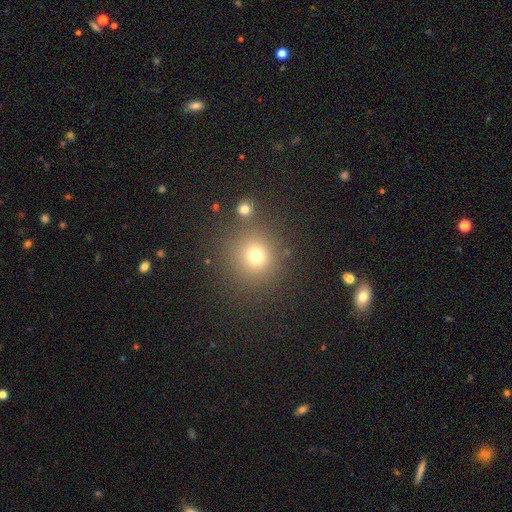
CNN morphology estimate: Smooth or featured: smooth — 72% (star or artifact — 20%)
How rounded: round — 92% (in between — 7%)
Merging: none — 81% (minor disturbance — 8%)